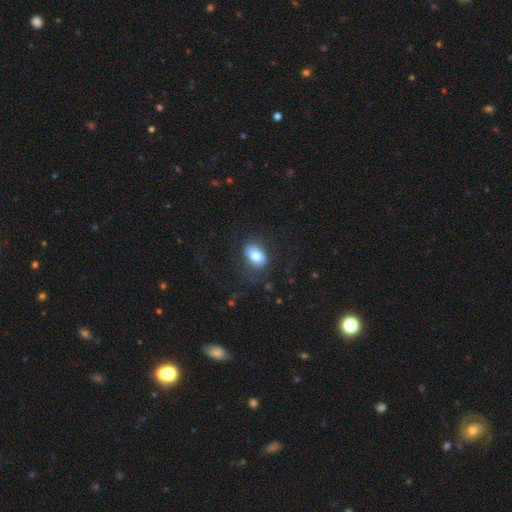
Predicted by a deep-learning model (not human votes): Smooth or featured? smooth (79%)
How rounded? in between (81%)
Merging? none (74%)